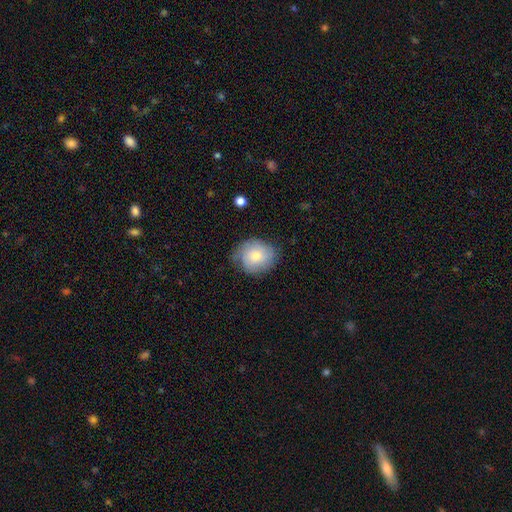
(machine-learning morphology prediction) Smooth or featured? Predicted: smooth (p=0.68). How rounded? Predicted: round (p=0.74). Merging? Predicted: none (p=0.65).